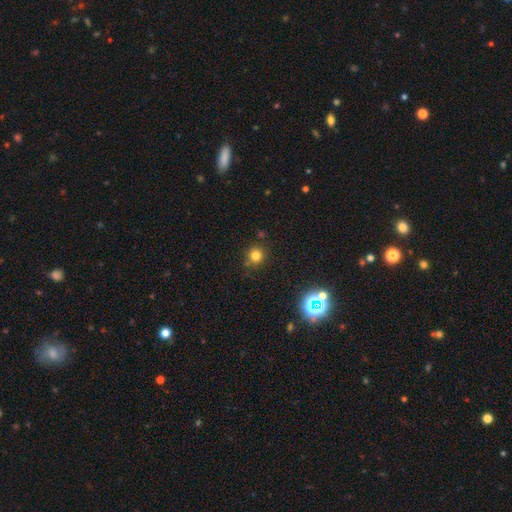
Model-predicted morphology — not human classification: A smooth galaxy with no disk features (76%) that is round (90%).

Vote fractions:
- Smooth or featured? smooth: 76% / star or artifact: 18% / featured or disk: 6%
- How rounded? round: 90% / in between: 9% / cigar-shaped: 1%
- Merging? none: 81% / minor disturbance: 11% / merger: 5% / major disturbance: 3%